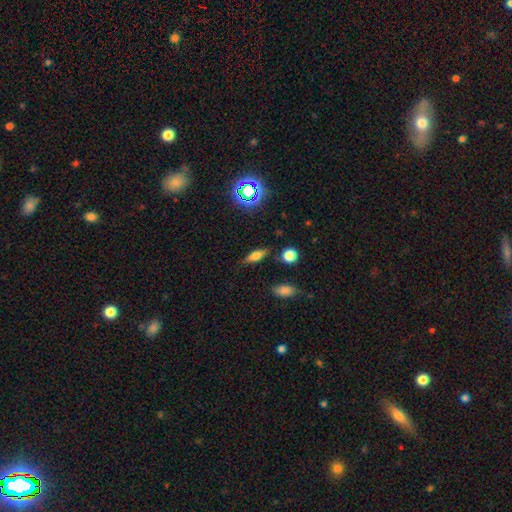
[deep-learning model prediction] Q: Smooth or featured?
A: smooth (59%); runner-up: featured or disk (27%)
Q: How rounded?
A: in between (56%); runner-up: cigar-shaped (37%)
Q: Merging?
A: none (81%); runner-up: minor disturbance (13%)